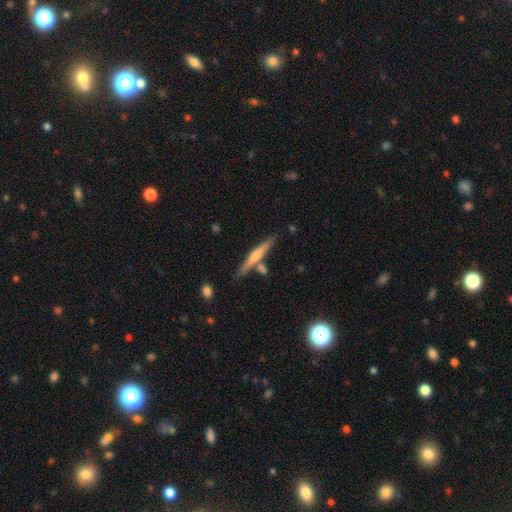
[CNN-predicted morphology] This is likely a featured or disk galaxy (62%). It is clearly viewed edge-on (97%). Edge-on bulge: likely rounded (76%). Merging: likely none (80%).